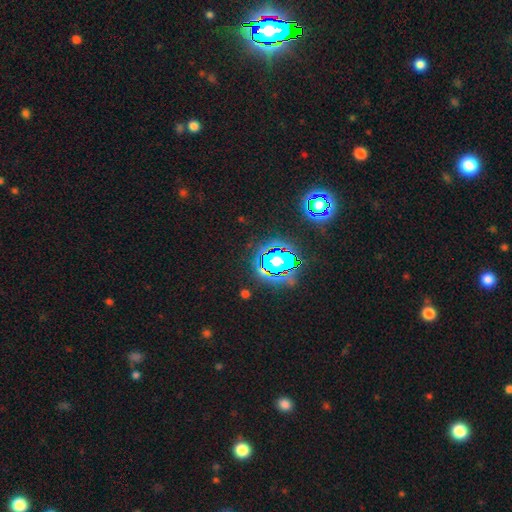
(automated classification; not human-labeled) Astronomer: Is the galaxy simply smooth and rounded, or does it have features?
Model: star or artifact — 82%.